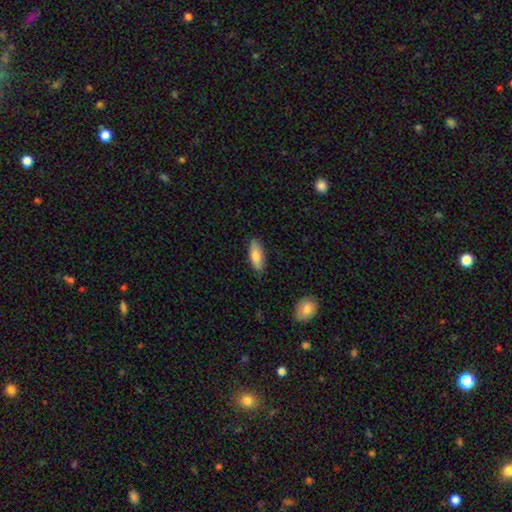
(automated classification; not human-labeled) smooth_or_featured: smooth (p=0.81) [alt: featured or disk p=0.13]
how_rounded: in between (p=0.76) [alt: cigar-shaped p=0.22]
merging: none (p=0.85) [alt: minor disturbance p=0.11]